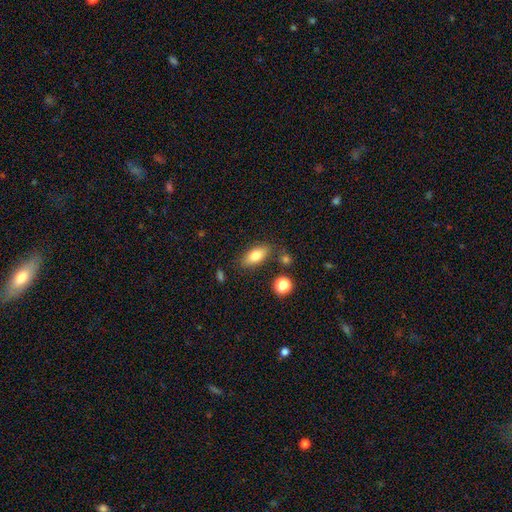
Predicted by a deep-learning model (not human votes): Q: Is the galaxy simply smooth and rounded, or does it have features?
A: smooth — 76%.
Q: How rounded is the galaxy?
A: in between — 82%.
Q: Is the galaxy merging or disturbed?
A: none — 79%.